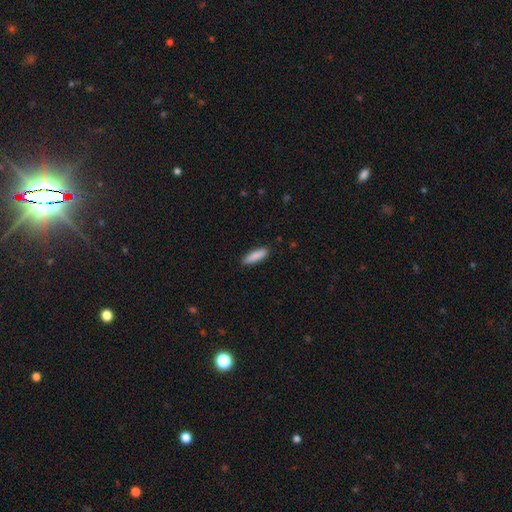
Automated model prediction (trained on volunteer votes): smooth_or_featured: smooth (p=0.88) [alt: star or artifact p=0.06]
how_rounded: cigar-shaped (p=0.62) [alt: in between p=0.37]
merging: none (p=0.88) [alt: minor disturbance p=0.09]